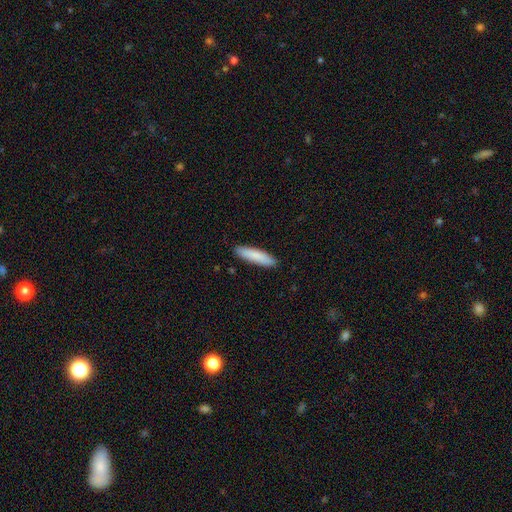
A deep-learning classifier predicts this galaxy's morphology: Overall: smooth (86%). How rounded: cigar-shaped (78%). Merging: none (90%).